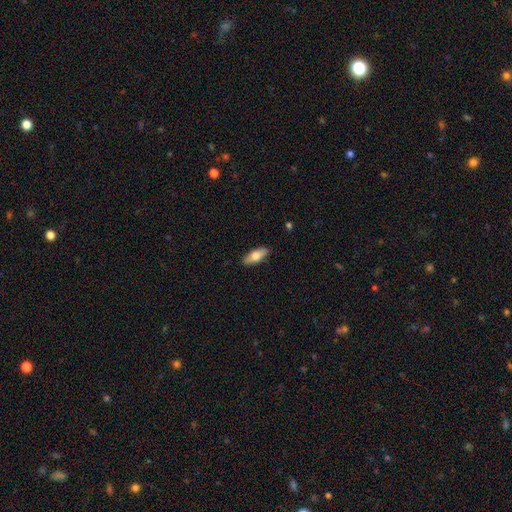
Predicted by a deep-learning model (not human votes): A smooth galaxy with no disk features (69%) that is in between round and cigar-shaped (69%).

Vote fractions:
- Smooth or featured? smooth: 69% / featured or disk: 25% / star or artifact: 6%
- How rounded? in between: 69% / cigar-shaped: 29% / round: 3%
- Merging? none: 88% / minor disturbance: 9% / major disturbance: 2% / merger: 1%